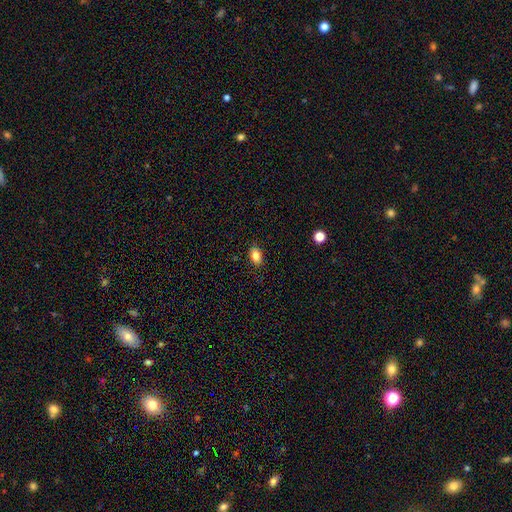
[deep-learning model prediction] Overall: smooth (83%). How rounded: in between (84%). Merging: none (87%).